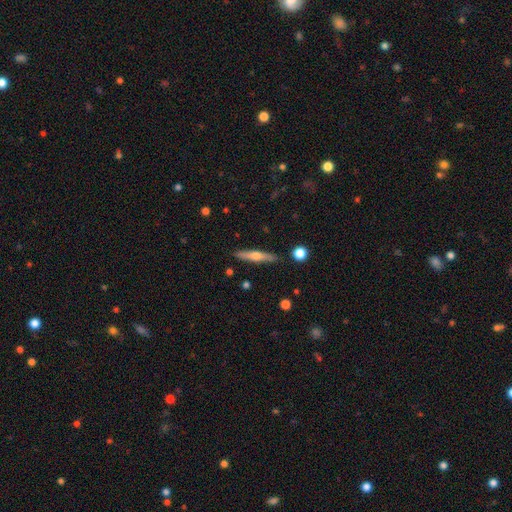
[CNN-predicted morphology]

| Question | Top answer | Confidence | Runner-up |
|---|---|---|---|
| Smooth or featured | featured or disk | 52% | smooth (42%) |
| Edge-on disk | yes | 95% | no (5%) |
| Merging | none | 88% | minor disturbance (8%) |